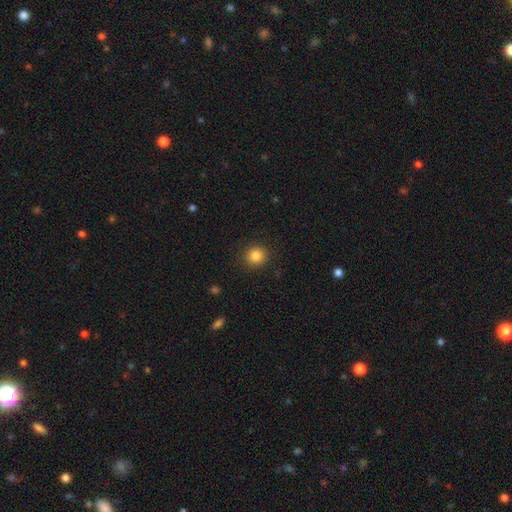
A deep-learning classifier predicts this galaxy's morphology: The model was most divided on "smooth or featured": smooth: 85%, star or artifact: 11%, featured or disk: 4%. More confident: merging — none (90%); how rounded — round (90%).